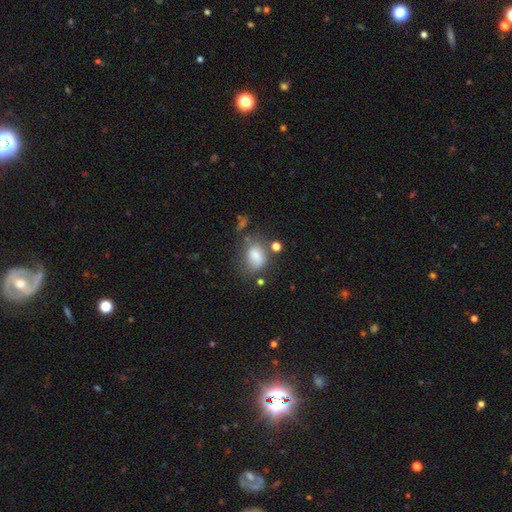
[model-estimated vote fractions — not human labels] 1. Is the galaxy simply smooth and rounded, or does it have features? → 74% smooth, 15% featured or disk, 11% star or artifact.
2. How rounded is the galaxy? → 69% in between, 30% round, 2% cigar-shaped.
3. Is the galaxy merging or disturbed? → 45% none, 27% minor disturbance, 17% major disturbance, 12% merger.